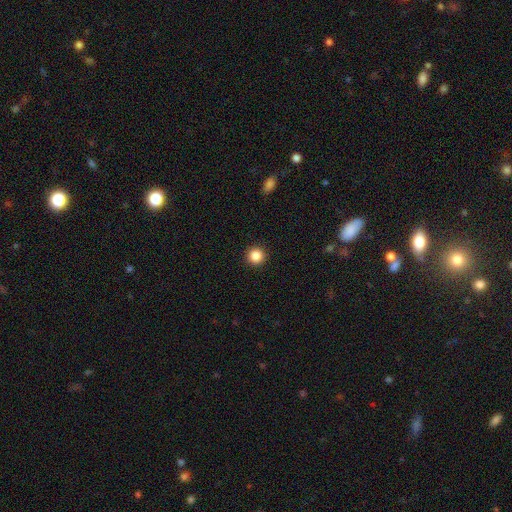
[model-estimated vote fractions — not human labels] smooth-or-featured: smooth: 86% | star or artifact: 10% | featured or disk: 3%
  how-rounded: round: 96% | in between: 3% | cigar-shaped: 1%
  merging: none: 93% | minor disturbance: 4% | major disturbance: 2% | merger: 1%